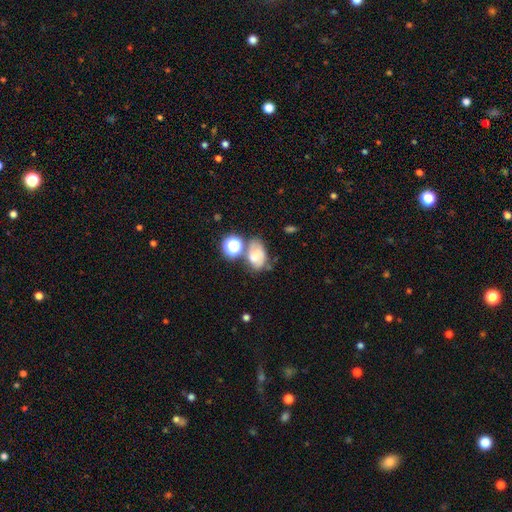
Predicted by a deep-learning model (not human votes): This is possibly a smooth galaxy (54%). How rounded: likely in between (74%). Merging: possibly none (46%).